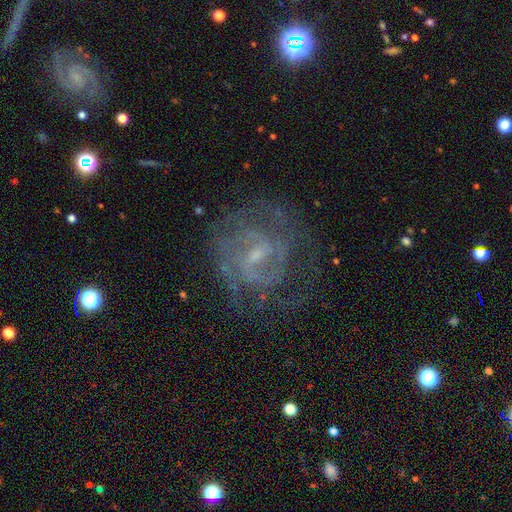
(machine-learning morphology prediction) Overall: featured or disk (81%). Edge-on disk: no (97%). Bar: weak (59%; no 22%). Spiral arms: yes (86%). Spiral arm count: can't tell (37%; 2 36%). Spiral winding: tight (51%; medium 38%). Bulge size: small (59%; moderate 25%). Merging: none (65%).